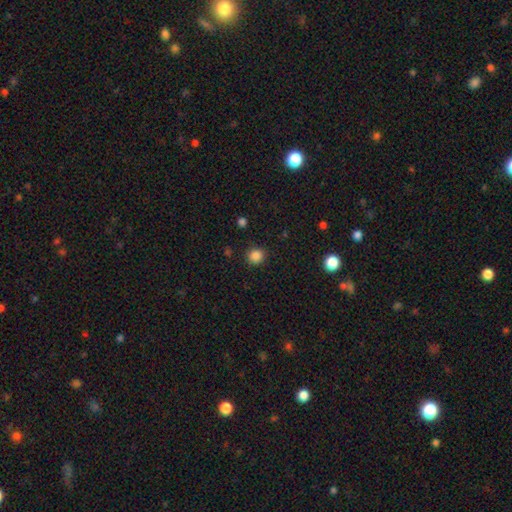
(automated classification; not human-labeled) This appears to be a smooth galaxy with no disk features (85%) that is round (90%). Merging: none (90%).